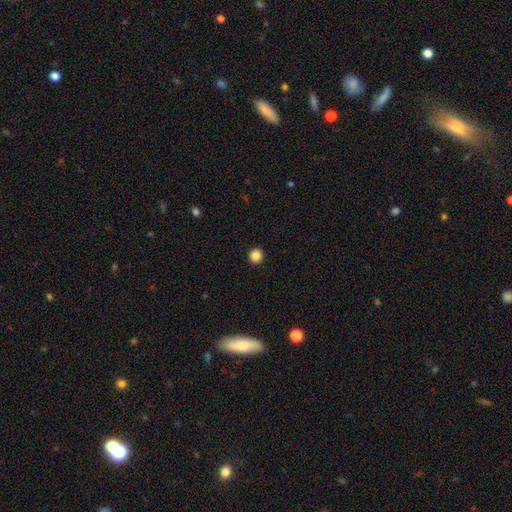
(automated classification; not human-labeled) Q: Smooth or featured?
A: smooth (85%); runner-up: star or artifact (11%)
Q: How rounded?
A: round (93%); runner-up: in between (6%)
Q: Merging?
A: none (93%); runner-up: minor disturbance (4%)